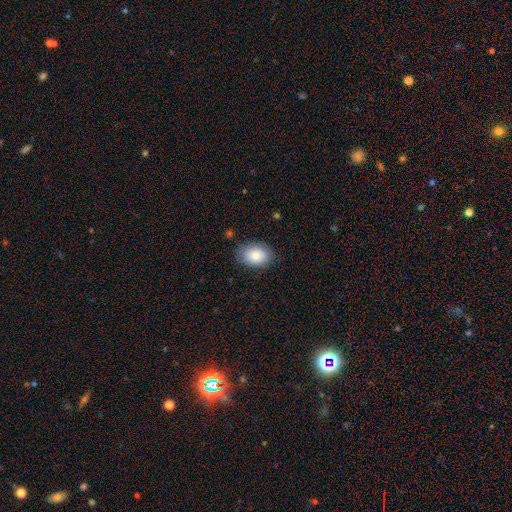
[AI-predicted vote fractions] smooth 82%, featured or disk 11%, star or artifact 7%. Down the decision tree: how rounded — in between (83%); merging — none (81%).